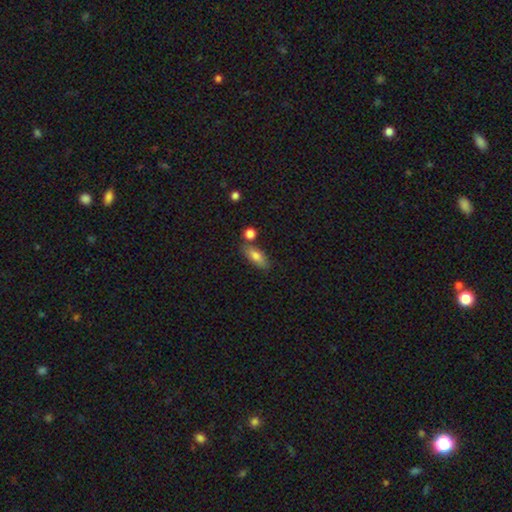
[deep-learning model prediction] smooth_or_featured: smooth (p=0.78) [alt: featured or disk p=0.15]
how_rounded: in between (p=0.74) [alt: cigar-shaped p=0.22]
merging: none (p=0.71) [alt: minor disturbance p=0.15]